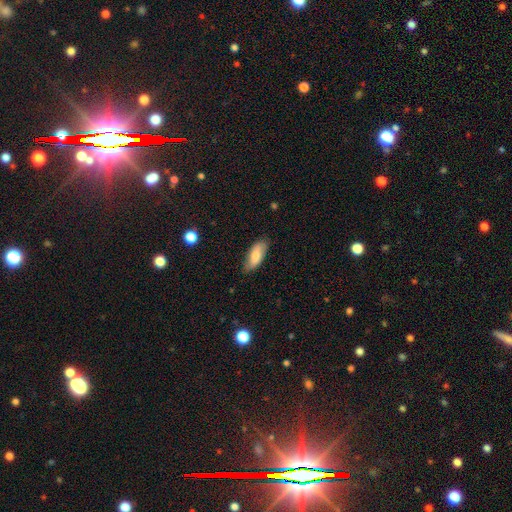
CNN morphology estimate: The model was most divided on "smooth or featured": smooth: 69%, featured or disk: 25%, star or artifact: 6%. More confident: how rounded — in between (81%); merging — none (79%).